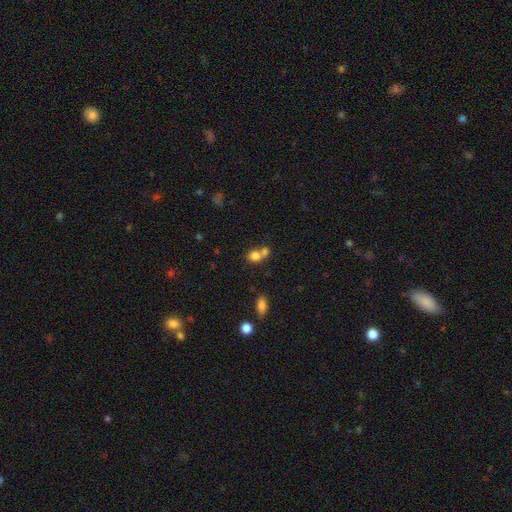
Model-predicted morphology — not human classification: A smooth galaxy with no disk features (78%) that is round (59%). Merging: merger (55%).